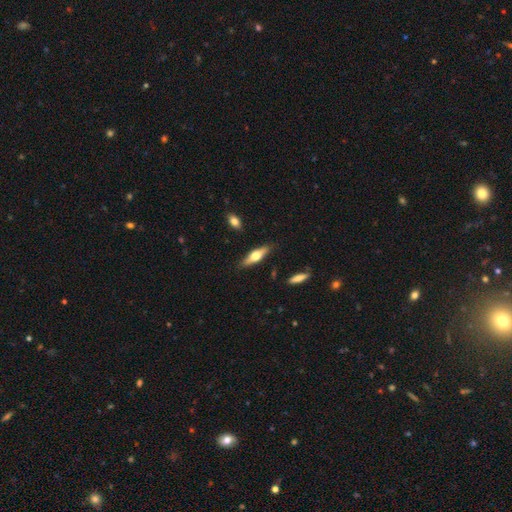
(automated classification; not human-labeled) Smooth or featured? Predicted: featured or disk (p=0.52). Edge-on disk? Predicted: yes (p=0.93). Merging? Predicted: none (p=0.84).